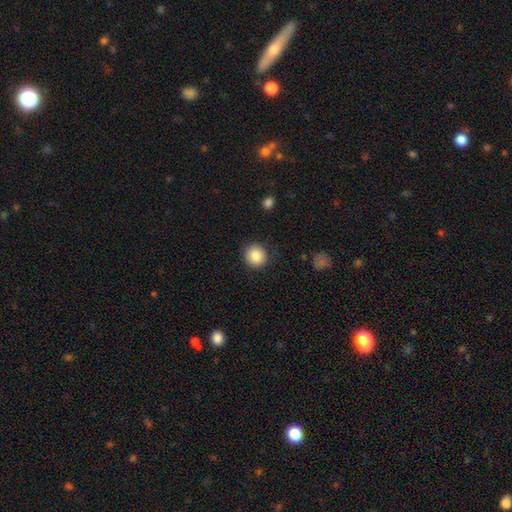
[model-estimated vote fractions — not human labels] Smooth or featured: smooth — 84% (star or artifact — 9%)
How rounded: round — 93% (in between — 6%)
Merging: none — 89% (minor disturbance — 8%)